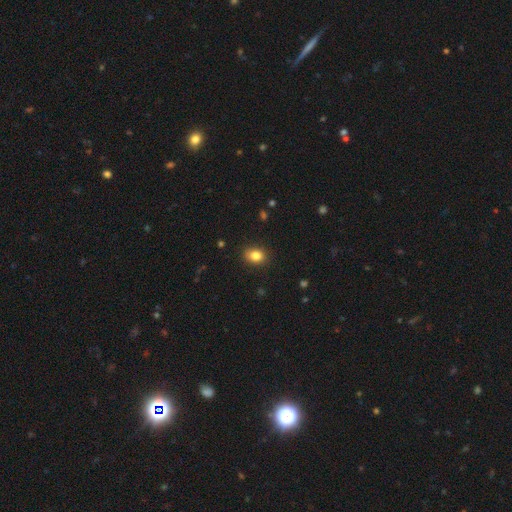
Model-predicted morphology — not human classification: smooth-or-featured: smooth: 84% | star or artifact: 10% | featured or disk: 6%
  how-rounded: in between: 58% | round: 41% | cigar-shaped: 1%
  merging: none: 87% | minor disturbance: 10% | major disturbance: 2% | merger: 1%